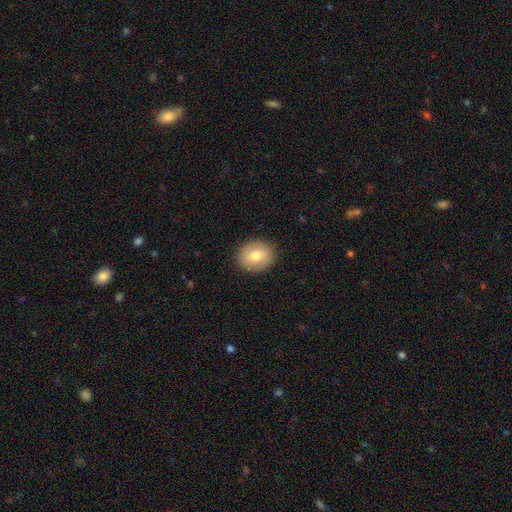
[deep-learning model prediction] smooth-or-featured: smooth: 75% | featured or disk: 18% | star or artifact: 8%
  how-rounded: round: 58% | in between: 41% | cigar-shaped: 1%
  merging: none: 88% | minor disturbance: 8% | major disturbance: 2% | merger: 1%